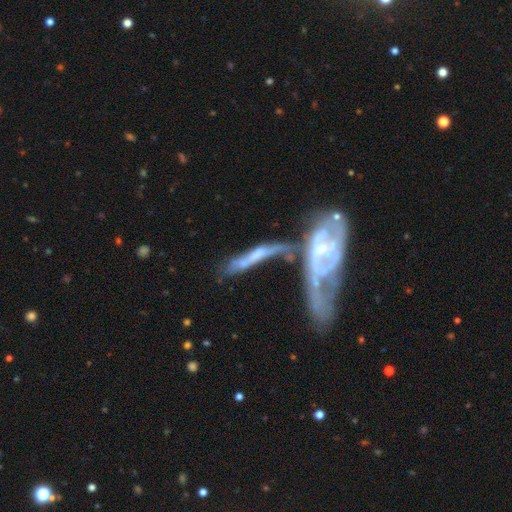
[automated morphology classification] Smooth or featured?
  - featured or disk: 67% *
  - smooth: 25%
  - star or artifact: 7%
Edge-on disk?
  - no: 65% *
  - yes: 35%
Merging?
  - merger: 58% *
  - none: 17%
  - major disturbance: 15%
  - minor disturbance: 11%